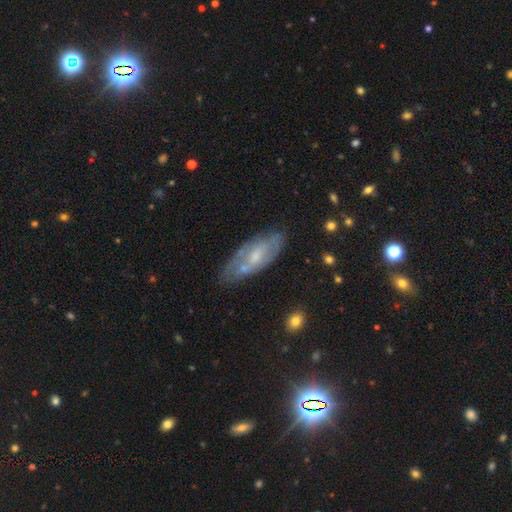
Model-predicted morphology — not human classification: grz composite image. It shows a featured or disk galaxy (60%). Merging: none (62%).